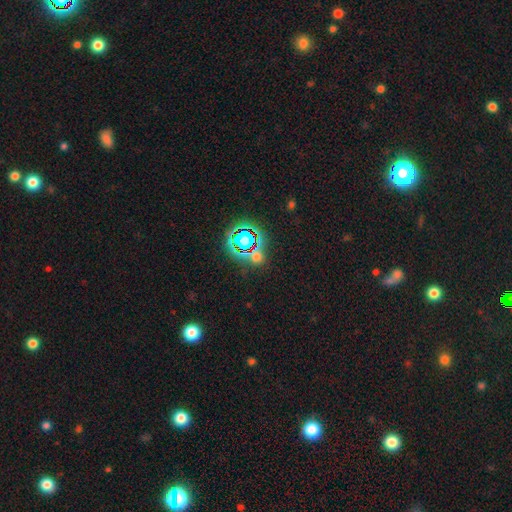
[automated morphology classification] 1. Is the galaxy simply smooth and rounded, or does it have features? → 56% star or artifact, 34% smooth, 10% featured or disk.